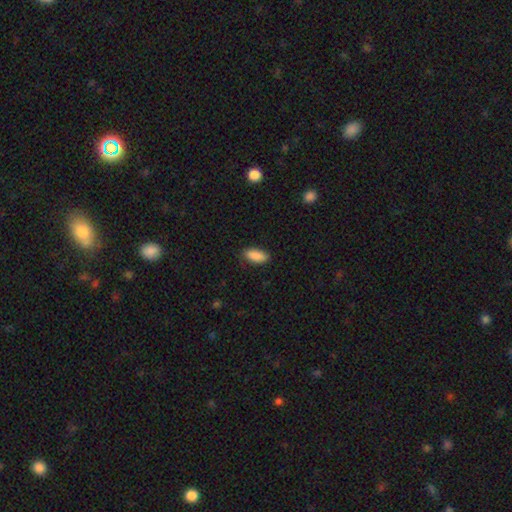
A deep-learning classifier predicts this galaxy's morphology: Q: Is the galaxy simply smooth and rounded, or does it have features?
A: smooth — 89%.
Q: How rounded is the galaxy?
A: in between — 85%.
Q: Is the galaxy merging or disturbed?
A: none — 80%.